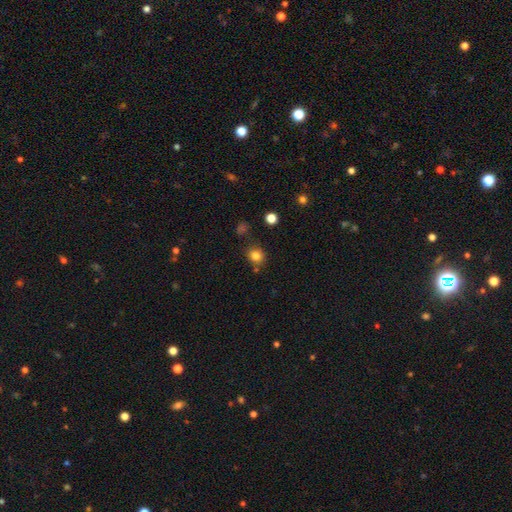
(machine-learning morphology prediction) smooth-or-featured: smooth: 81% | star or artifact: 13% | featured or disk: 6%
  how-rounded: round: 81% | in between: 18% | cigar-shaped: 1%
  merging: none: 78% | minor disturbance: 12% | merger: 7% | major disturbance: 4%